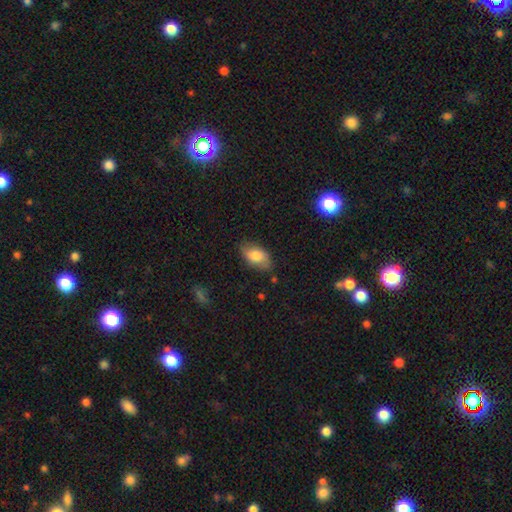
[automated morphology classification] Q: Smooth or featured?
A: smooth (75%); runner-up: featured or disk (18%)
Q: How rounded?
A: in between (93%); runner-up: round (4%)
Q: Merging?
A: none (77%); runner-up: minor disturbance (18%)